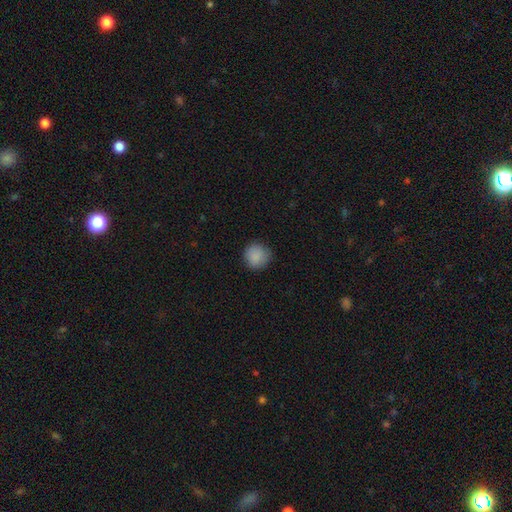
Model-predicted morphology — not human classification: The model was most divided on "merging": none: 86%, minor disturbance: 11%, major disturbance: 3%, merger: 1%. More confident: how rounded — round (93%); smooth or featured — smooth (88%).